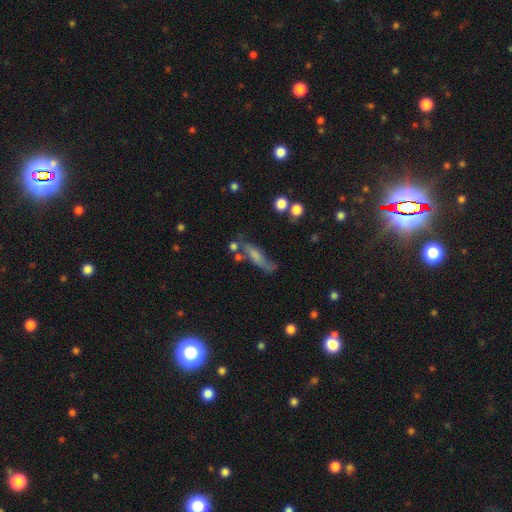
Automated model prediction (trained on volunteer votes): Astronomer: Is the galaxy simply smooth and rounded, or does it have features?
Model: smooth — 57% (runner-up: featured or disk, 34%).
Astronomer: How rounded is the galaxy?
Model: cigar-shaped — 68%.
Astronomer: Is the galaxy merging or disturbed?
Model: none — 47% (runner-up: minor disturbance, 27%).